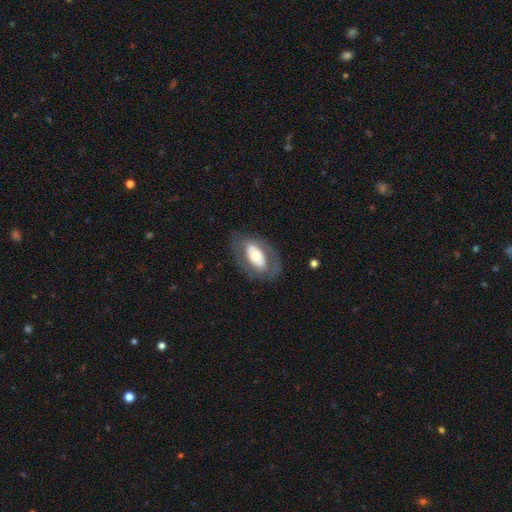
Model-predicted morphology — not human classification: Smooth or featured? featured or disk (52%)
Edge-on disk? no (89%)
Merging? none (74%)